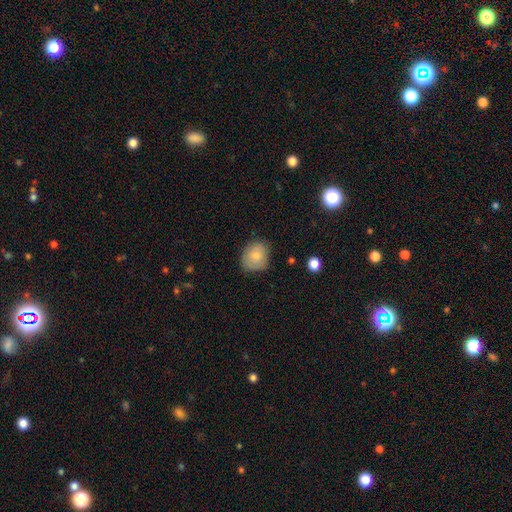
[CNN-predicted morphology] Smooth or featured?
  - smooth: 79% *
  - featured or disk: 13%
  - star or artifact: 8%
How rounded?
  - round: 57% *
  - in between: 42%
  - cigar-shaped: 1%
Merging?
  - none: 68% *
  - minor disturbance: 25%
  - major disturbance: 5%
  - merger: 2%